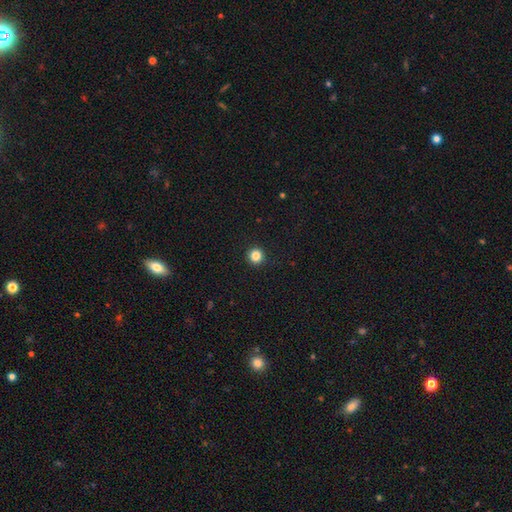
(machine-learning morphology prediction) Smooth or featured? Predicted: smooth (p=0.84). How rounded? Predicted: round (p=0.95). Merging? Predicted: none (p=0.94).